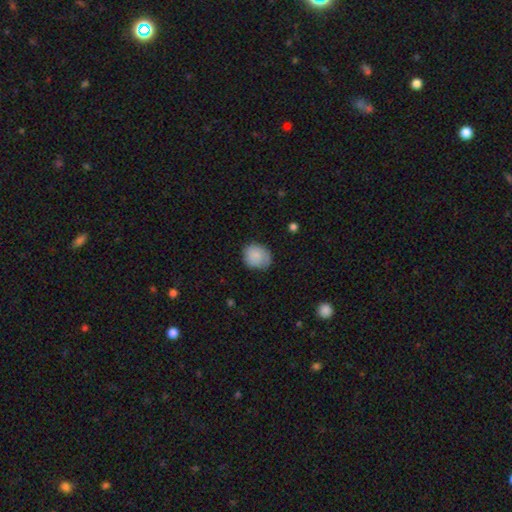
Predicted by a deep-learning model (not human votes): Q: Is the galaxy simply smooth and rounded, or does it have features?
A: smooth — 84%.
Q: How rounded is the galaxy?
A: round — 69%.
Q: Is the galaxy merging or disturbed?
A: none — 73%.